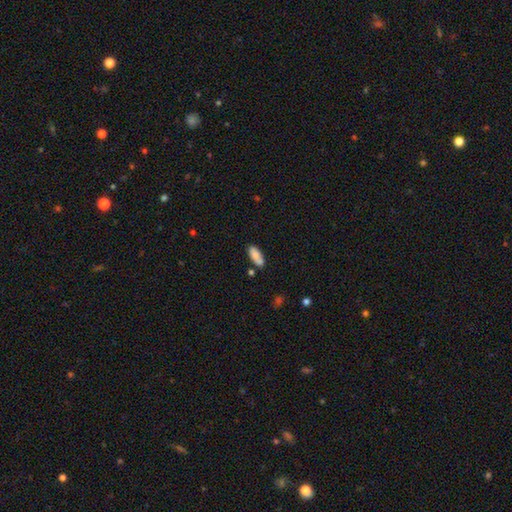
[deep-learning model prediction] A smooth galaxy with no disk features (79%) that is in between round and cigar-shaped (78%). Merging: none (62%).